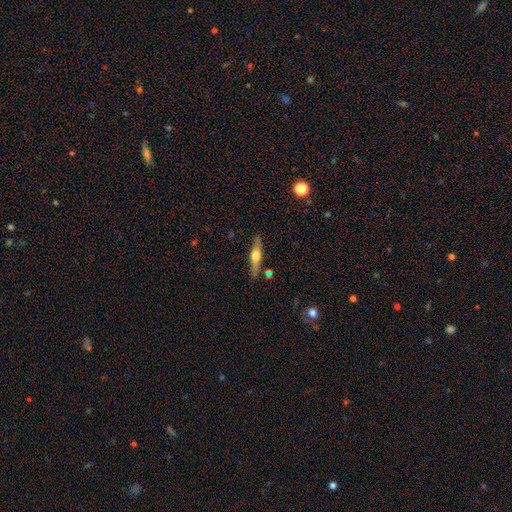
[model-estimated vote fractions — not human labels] Smooth or featured? Predicted: featured or disk (p=0.51). Edge-on disk? Predicted: yes (p=0.90). Merging? Predicted: none (p=0.80).